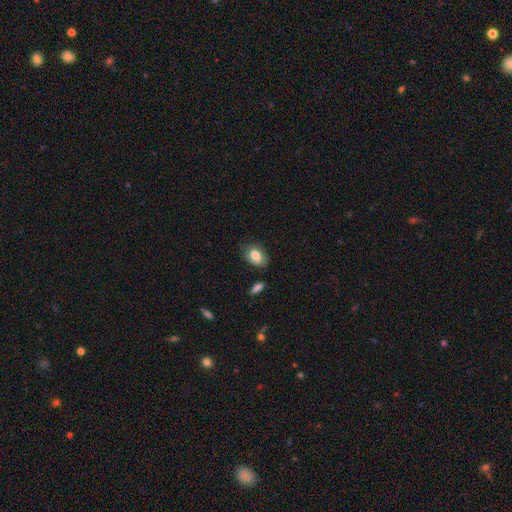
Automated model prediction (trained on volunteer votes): smooth 75%, featured or disk 18%, star or artifact 7%. Down the decision tree: how rounded — in between (86%); merging — none (73%).